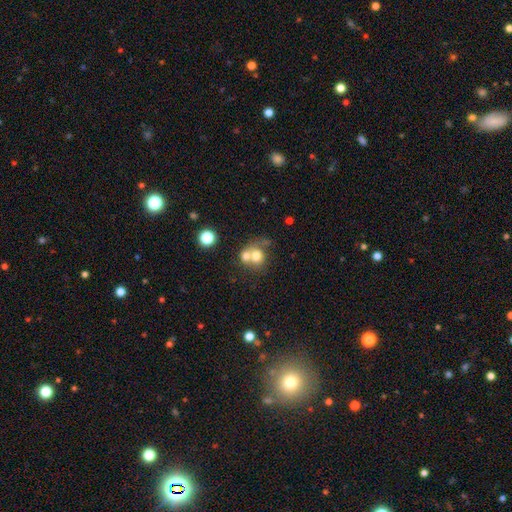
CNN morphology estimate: The model was most divided on "merging": merger: 60%, none: 28%, minor disturbance: 7%, major disturbance: 5%. More confident: how rounded — round (76%); smooth or featured — smooth (69%).